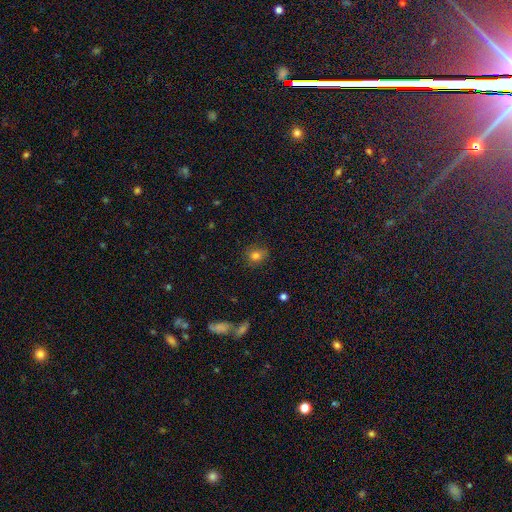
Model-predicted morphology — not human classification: This appears to be a smooth galaxy with no disk features (79%) that is round (70%). Merging: none (84%).